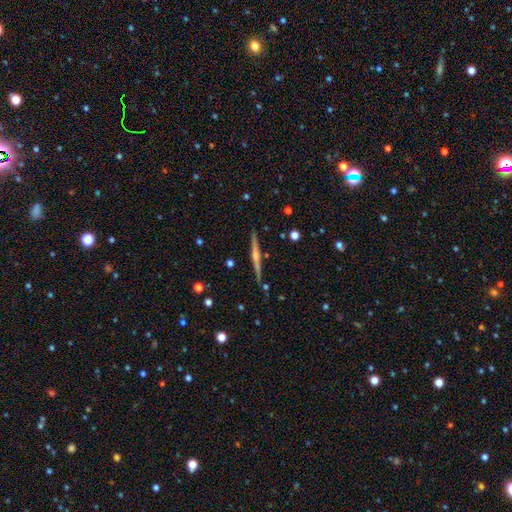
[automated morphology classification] featured or disk 76%, smooth 17%, star or artifact 7%. Down the decision tree: edge-on disk — yes (98%); edge-on bulge — rounded (68%); merging — none (90%).